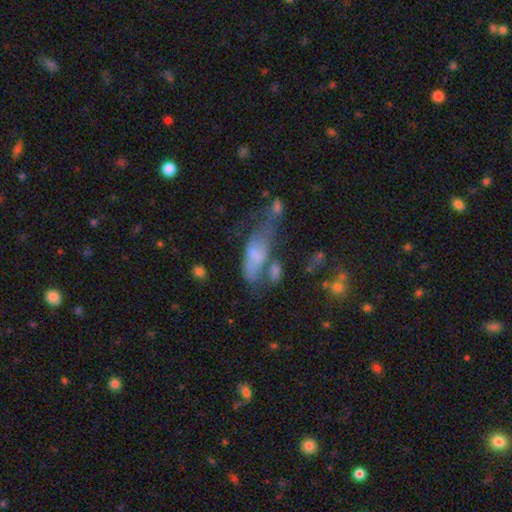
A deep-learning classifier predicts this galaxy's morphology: A smooth galaxy with no disk features (48%).

Vote fractions:
- Smooth or featured? smooth: 48% / featured or disk: 39% / star or artifact: 13%
- Merging? major disturbance: 33% / merger: 28% / none: 20% / minor disturbance: 19%